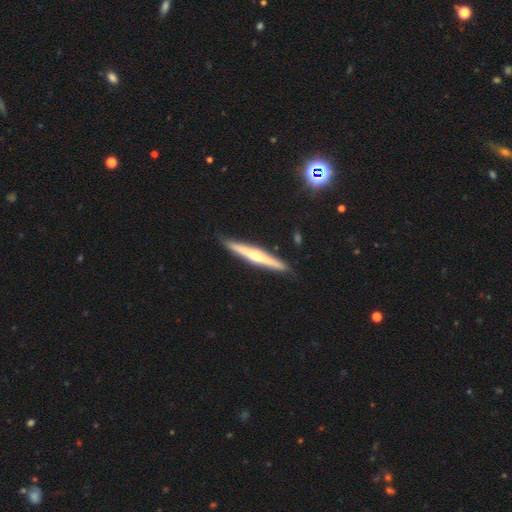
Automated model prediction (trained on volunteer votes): Overall: featured or disk (69%). Edge-on disk: yes (97%). Edge-on bulge: rounded (79%). Merging: none (90%).